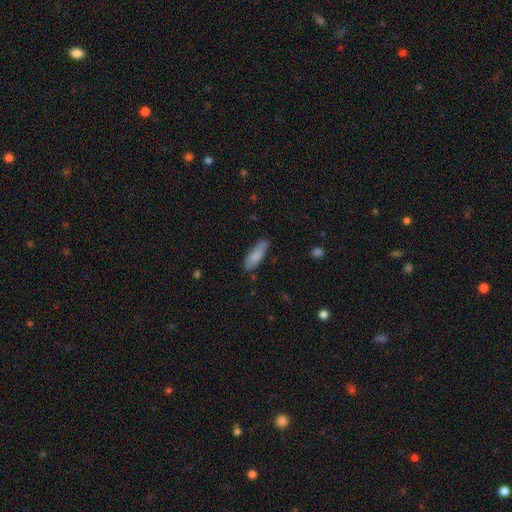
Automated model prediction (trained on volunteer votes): Smooth or featured: smooth — 78% (featured or disk — 16%)
How rounded: in between — 62% (cigar-shaped — 36%)
Merging: none — 73% (minor disturbance — 21%)